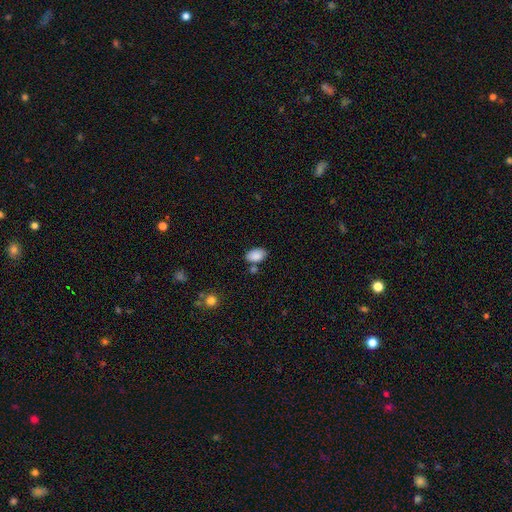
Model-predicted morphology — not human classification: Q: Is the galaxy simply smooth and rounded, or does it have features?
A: smooth — 87%.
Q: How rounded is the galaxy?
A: in between — 92%.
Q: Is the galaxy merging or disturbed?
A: none — 71%.